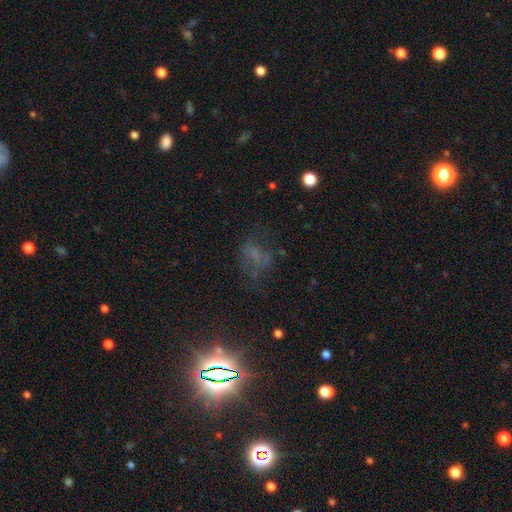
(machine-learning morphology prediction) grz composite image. It shows a star or artifact, not a galaxy (41%).